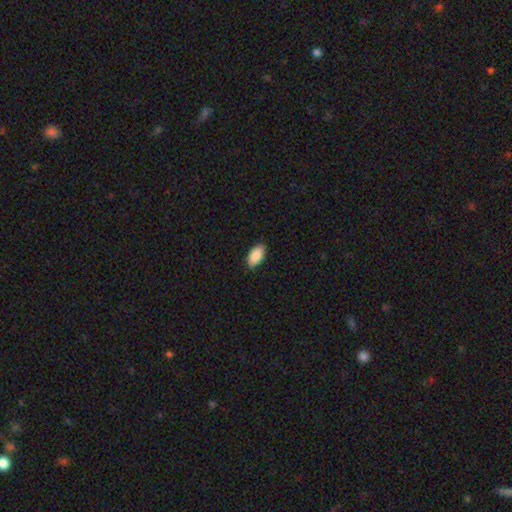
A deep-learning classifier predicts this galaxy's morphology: smooth 89%, star or artifact 6%, featured or disk 4%. Down the decision tree: how rounded — in between (94%); merging — none (87%).